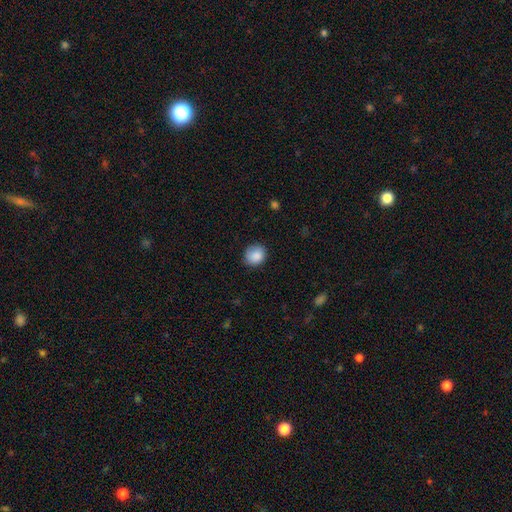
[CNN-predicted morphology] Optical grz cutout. It shows a smooth galaxy with no disk features (88%) that is round (76%). Merging: none (82%).